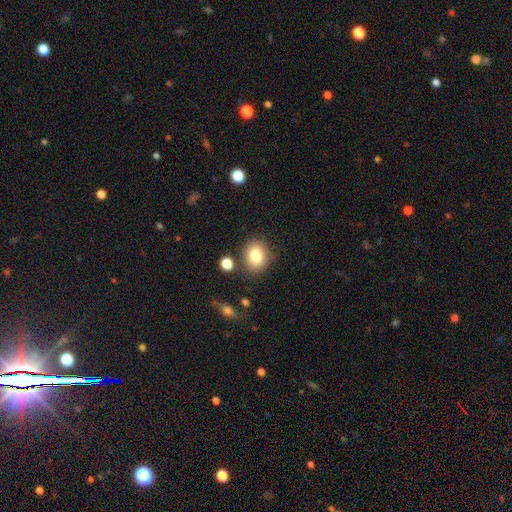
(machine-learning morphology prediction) Smooth or featured? Predicted: smooth (p=0.81). How rounded? Predicted: round (p=0.60). Merging? Predicted: none (p=0.79).